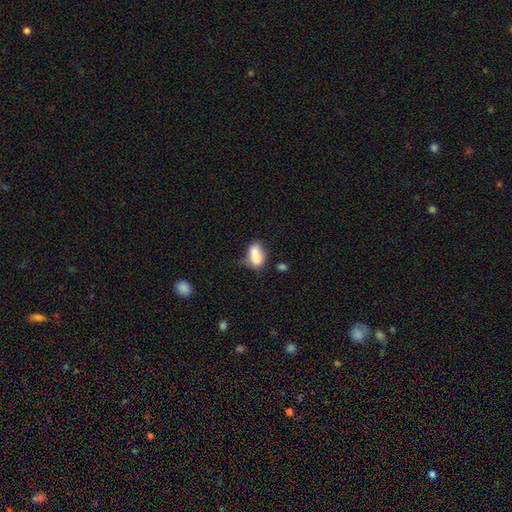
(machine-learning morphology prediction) This is clearly a smooth galaxy (82%). How rounded: clearly in between (85%). Merging: possibly none (49%).